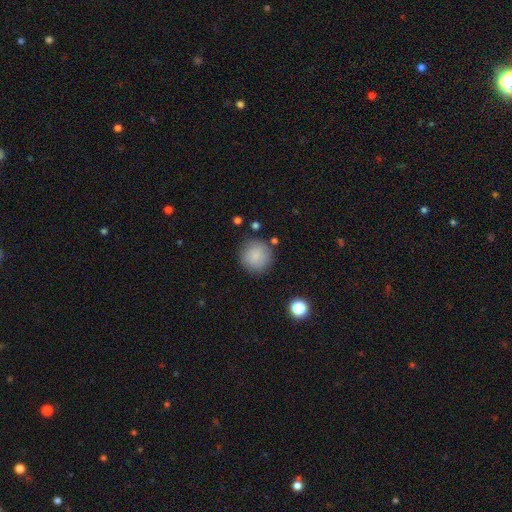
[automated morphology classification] Overall: smooth (86%). How rounded: round (94%). Merging: none (85%).